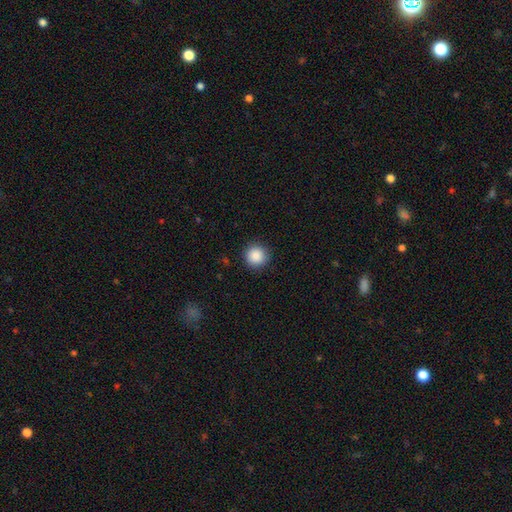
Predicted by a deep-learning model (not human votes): The model was most divided on "smooth or featured": smooth: 88%, star or artifact: 9%, featured or disk: 3%. More confident: how rounded — round (95%); merging — none (90%).